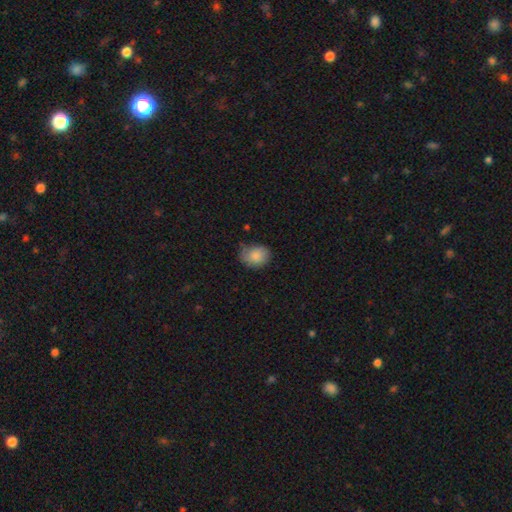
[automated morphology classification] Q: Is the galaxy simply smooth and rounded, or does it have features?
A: smooth — 83%.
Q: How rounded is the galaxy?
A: in between — 51%.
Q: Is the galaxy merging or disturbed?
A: none — 65%.